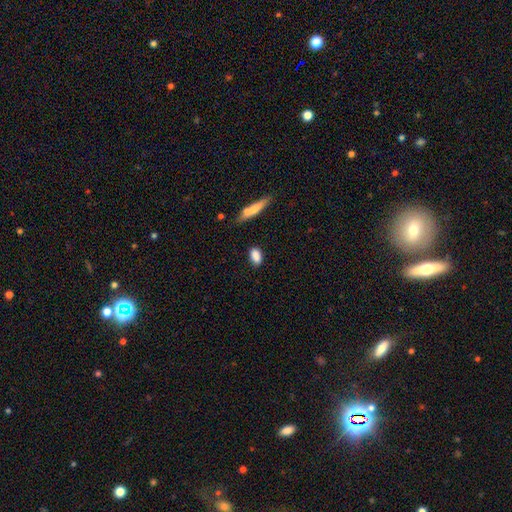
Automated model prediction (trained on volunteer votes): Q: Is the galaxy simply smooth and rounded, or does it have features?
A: smooth — 87%.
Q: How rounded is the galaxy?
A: in between — 85%.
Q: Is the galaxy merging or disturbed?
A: none — 80%.